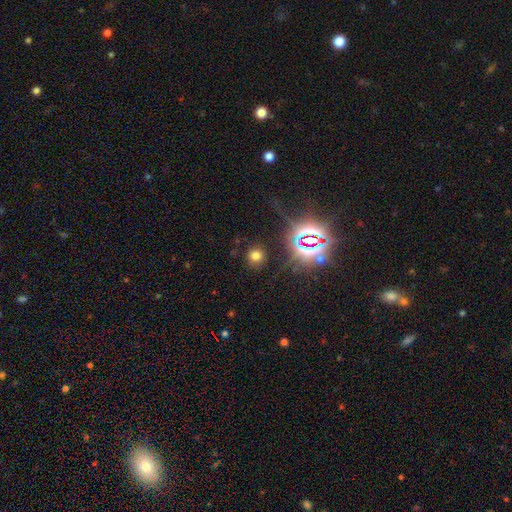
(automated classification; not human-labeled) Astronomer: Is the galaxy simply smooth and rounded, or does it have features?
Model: smooth — 64%.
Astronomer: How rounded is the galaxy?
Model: round — 89%.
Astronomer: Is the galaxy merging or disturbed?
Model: none — 85%.